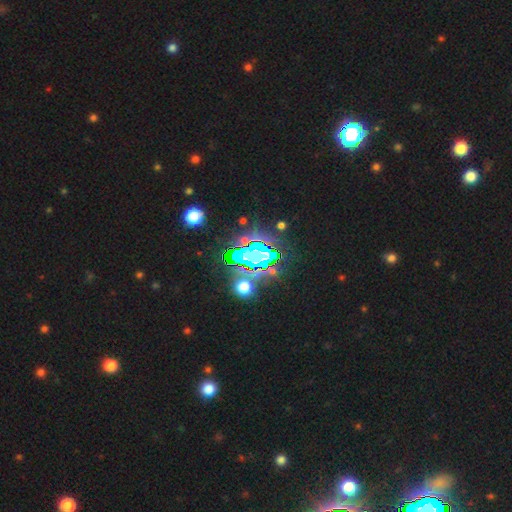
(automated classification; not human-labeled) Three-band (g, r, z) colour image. It shows a star or artifact, not a galaxy (71%).